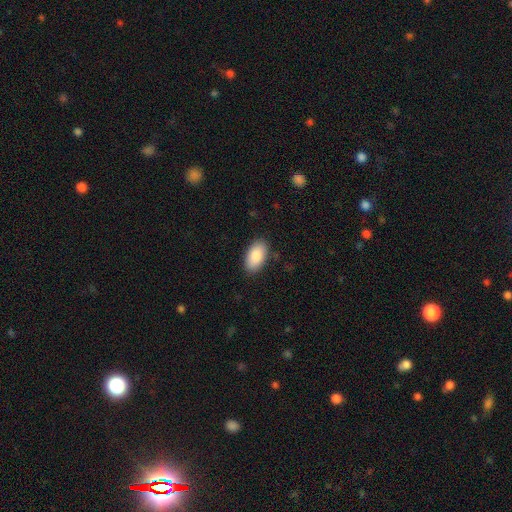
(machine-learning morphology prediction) smooth-or-featured: smooth: 86% | featured or disk: 8% | star or artifact: 6%
  how-rounded: in between: 95% | round: 3% | cigar-shaped: 2%
  merging: none: 86% | minor disturbance: 10% | major disturbance: 2% | merger: 1%